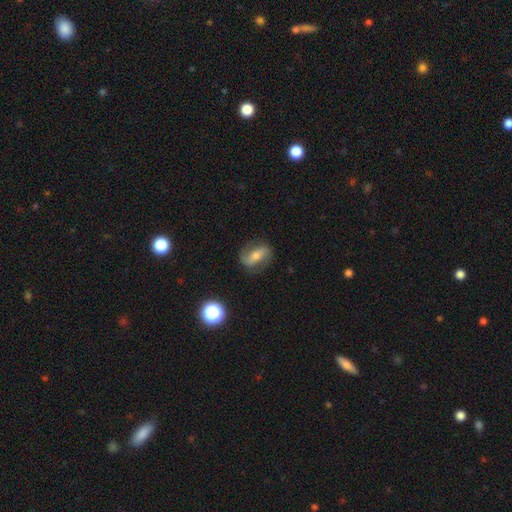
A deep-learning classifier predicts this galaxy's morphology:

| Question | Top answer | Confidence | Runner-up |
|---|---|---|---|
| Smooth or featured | featured or disk | 61% | smooth (29%) |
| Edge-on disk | no | 92% | yes (8%) |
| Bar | strong | 42% | weak (32%) |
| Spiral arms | yes | 85% | no (15%) |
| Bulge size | moderate | 51% | small (38%) |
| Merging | none | 75% | minor disturbance (16%) |